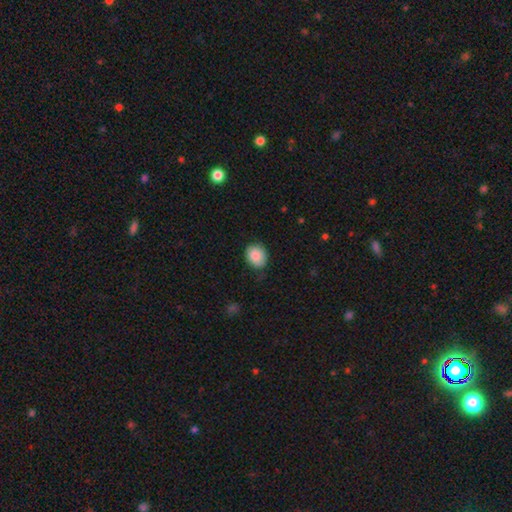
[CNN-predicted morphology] Q: Smooth or featured?
A: smooth (87%); runner-up: star or artifact (7%)
Q: How rounded?
A: round (55%); runner-up: in between (44%)
Q: Merging?
A: none (77%); runner-up: minor disturbance (18%)